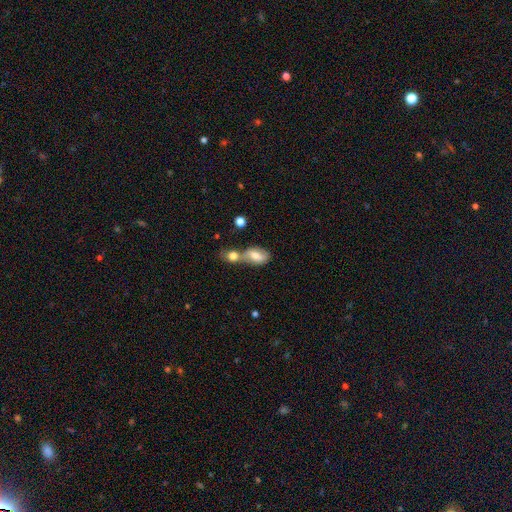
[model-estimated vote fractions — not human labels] smooth-or-featured: smooth: 65% | featured or disk: 26% | star or artifact: 8%
  how-rounded: in between: 85% | round: 11% | cigar-shaped: 5%
  merging: merger: 60% | none: 25% | minor disturbance: 10% | major disturbance: 5%